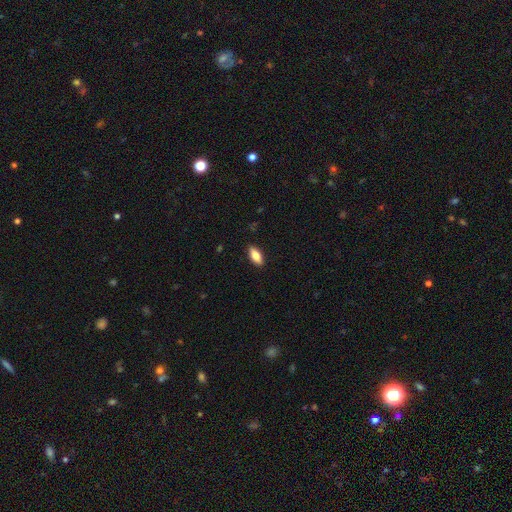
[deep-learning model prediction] Morphology: type=smooth (80%); roundness=in between (84%); merging=none (89%).